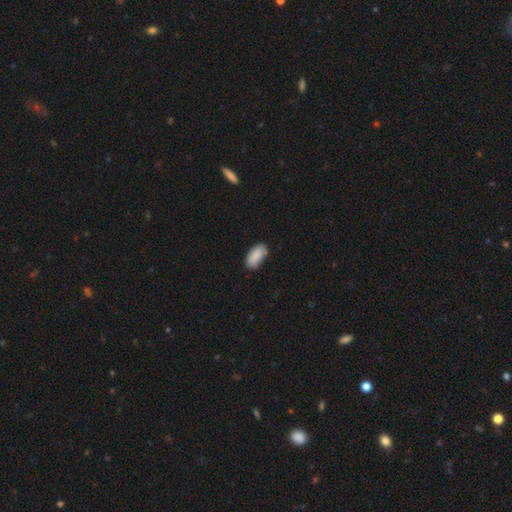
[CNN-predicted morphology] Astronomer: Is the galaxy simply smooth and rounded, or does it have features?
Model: smooth — 88%.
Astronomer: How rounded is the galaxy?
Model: in between — 94%.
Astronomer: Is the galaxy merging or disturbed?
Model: none — 77%.